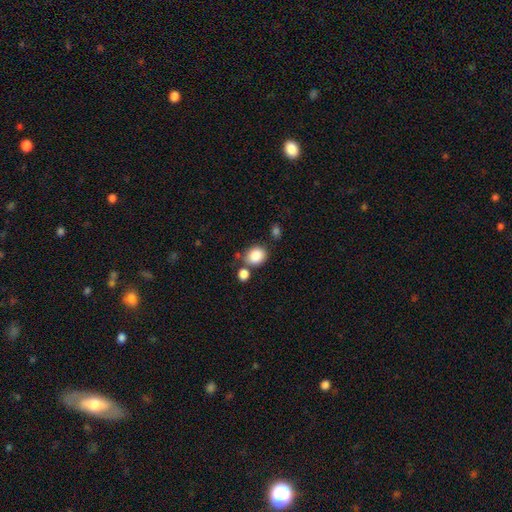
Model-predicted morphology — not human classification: type=smooth (87%); roundness=round (58%); merging=none (65%).